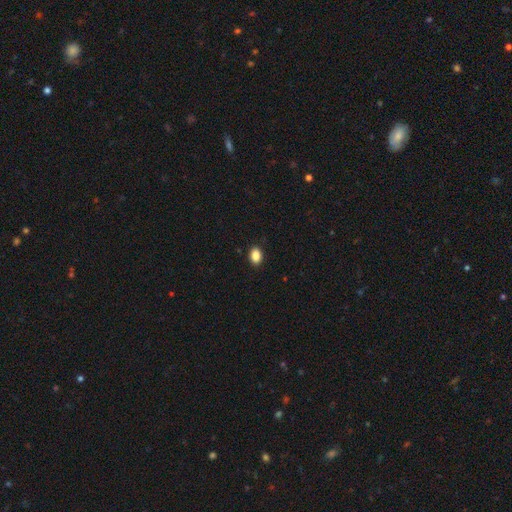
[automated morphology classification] The model was most divided on "how rounded": in between: 82%, round: 17%, cigar-shaped: 1%. More confident: merging — none (89%); smooth or featured — smooth (88%).